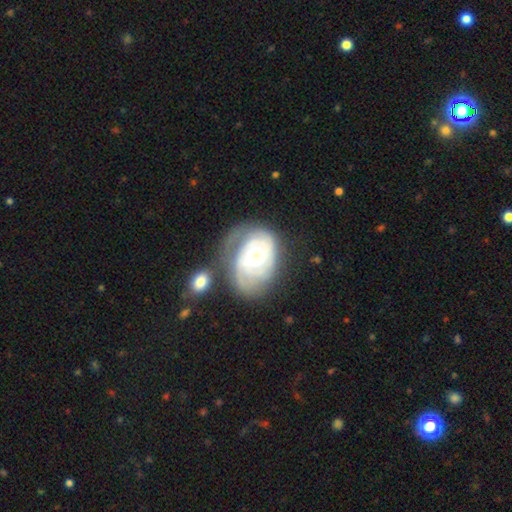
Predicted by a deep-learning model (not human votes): Overall: featured or disk (77%). Edge-on disk: no (97%). Bar: no (79%). Spiral arms: yes (85%). Spiral arm count: can't tell (45%; 2 26%). Spiral winding: tight (70%). Bulge size: moderate (69%). Merging: none (39%; minor disturbance 26%).